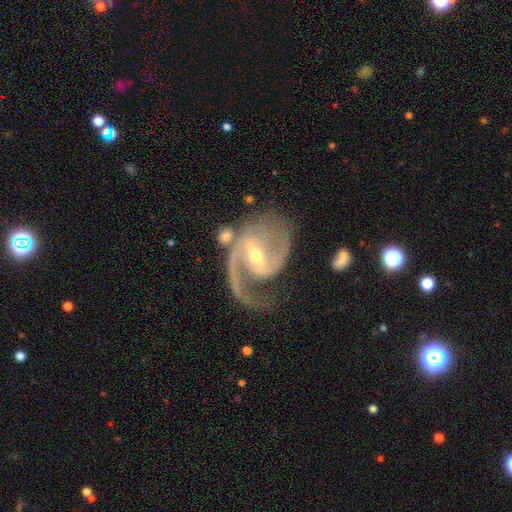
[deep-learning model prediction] Morphology: type=featured or disk (91%); edge-on=no (97%); bar=weak (43%, tied with strong); spiral arms=yes (98%); winding=medium (56%); arm count=2 (69%); bulge=small (59%); merging=none (49%).